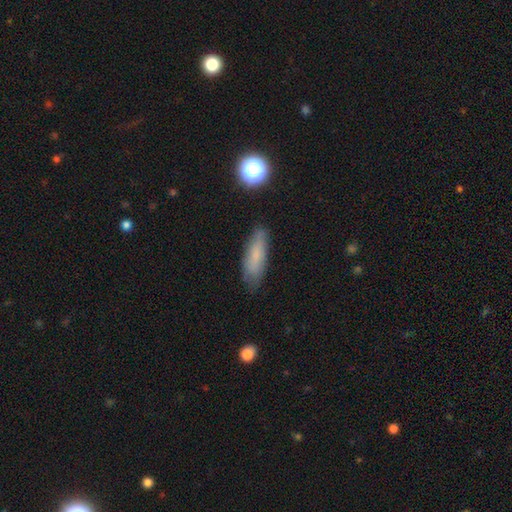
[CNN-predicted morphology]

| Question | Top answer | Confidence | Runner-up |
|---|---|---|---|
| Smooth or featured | smooth | 75% | featured or disk (16%) |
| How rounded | in between | 49% | cigar-shaped (48%) |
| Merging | none | 76% | minor disturbance (18%) |